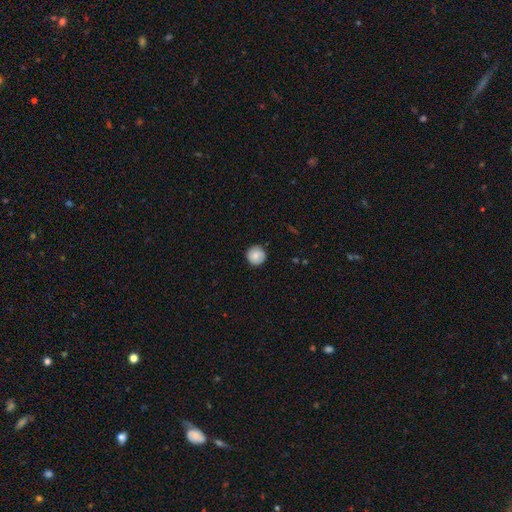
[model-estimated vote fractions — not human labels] Overall: smooth (80%). How rounded: round (95%). Merging: none (87%).